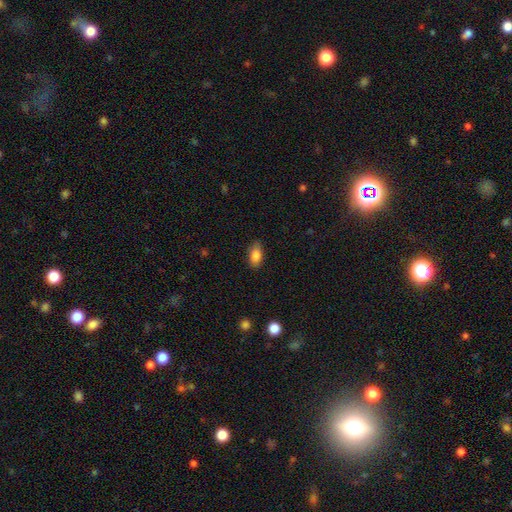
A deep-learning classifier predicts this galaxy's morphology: Overall: smooth (84%). How rounded: in between (88%). Merging: none (83%).